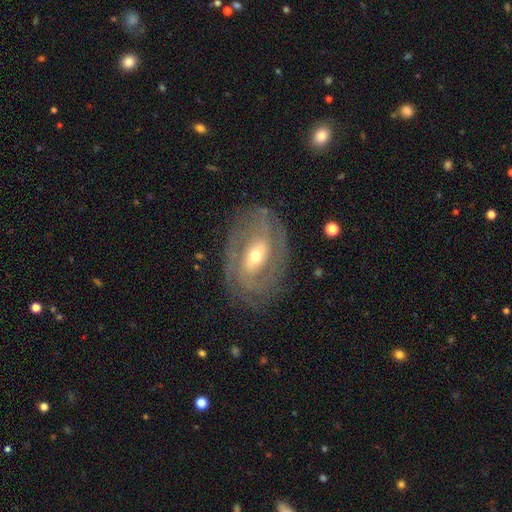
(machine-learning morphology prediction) A featured or disk galaxy (85%) with a weak bar (41%), 2 (46%) tight (58%) spiral arms (90%) and a moderate central bulge (56%). Merging: none (77%).